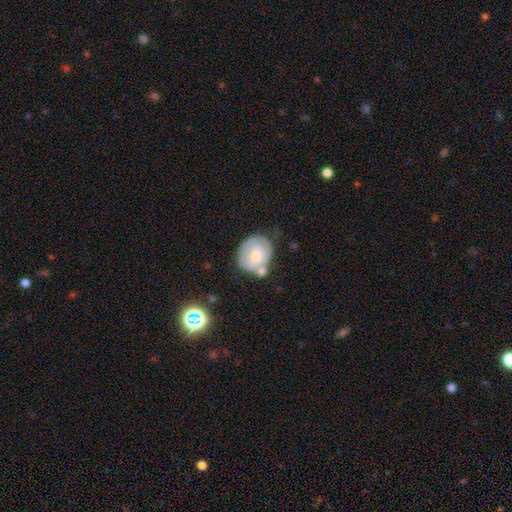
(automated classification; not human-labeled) featured or disk 49%, smooth 45%, star or artifact 6%. Down the decision tree: merging — none (42%).